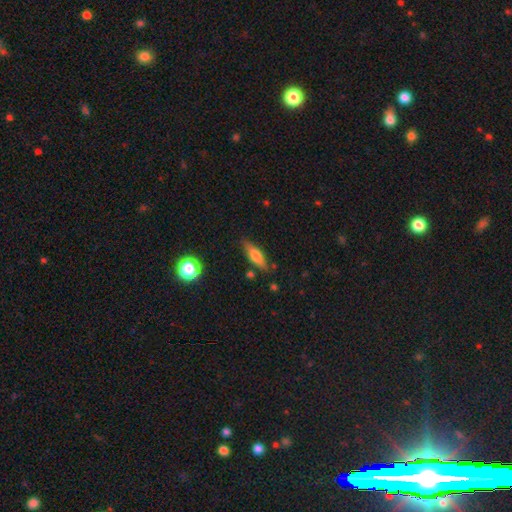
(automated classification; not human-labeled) Q: Smooth or featured?
A: smooth (59%); runner-up: featured or disk (33%)
Q: How rounded?
A: cigar-shaped (50%); runner-up: in between (47%)
Q: Merging?
A: none (78%); runner-up: minor disturbance (15%)